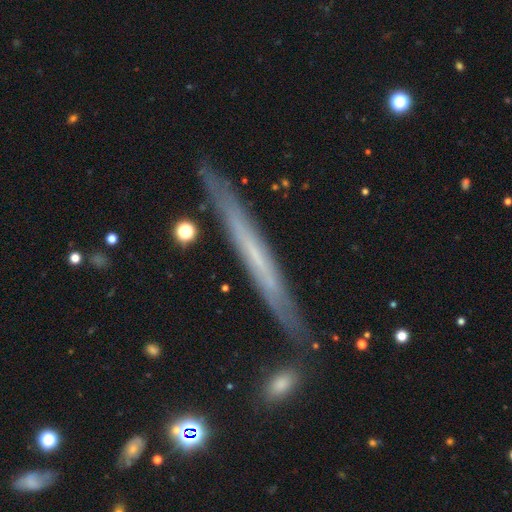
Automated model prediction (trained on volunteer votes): Smooth or featured? featured or disk (60%)
Edge-on disk? yes (93%)
Edge-on bulge? none (88%)
Merging? none (86%)